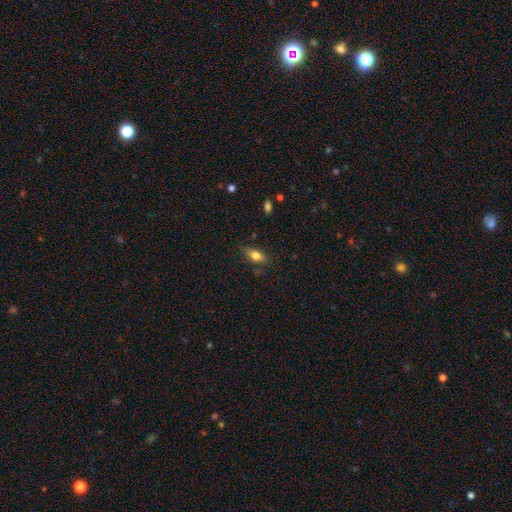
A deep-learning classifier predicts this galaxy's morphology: Smooth or featured: smooth — 72% (featured or disk — 19%)
How rounded: in between — 79% (cigar-shaped — 16%)
Merging: none — 78% (minor disturbance — 16%)